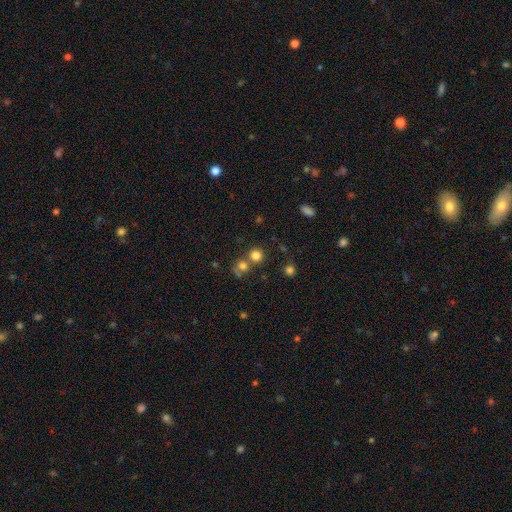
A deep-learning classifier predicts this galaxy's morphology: Smooth or featured? Predicted: smooth (p=0.76). How rounded? Predicted: round (p=0.90). Merging? Predicted: none (p=0.63).